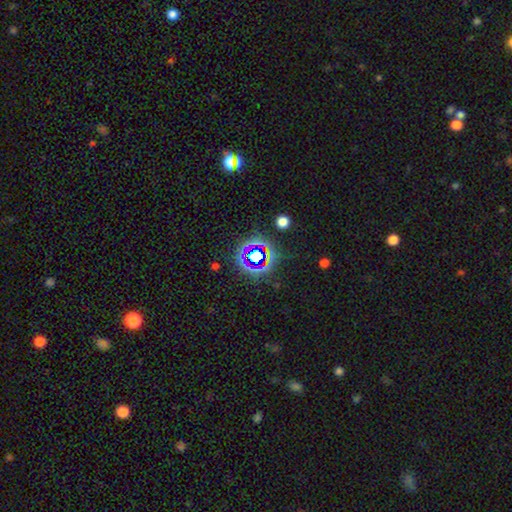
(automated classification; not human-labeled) This appears to be a star or artifact, not a galaxy (66%).